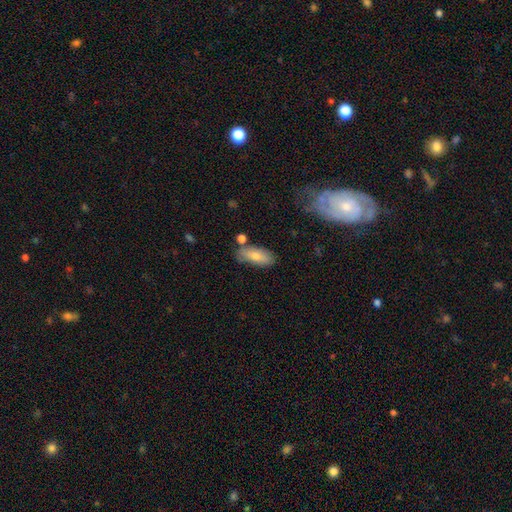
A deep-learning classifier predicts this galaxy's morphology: This appears to be a smooth galaxy with no disk features (76%) that is in between round and cigar-shaped (79%). Merging: none (69%).